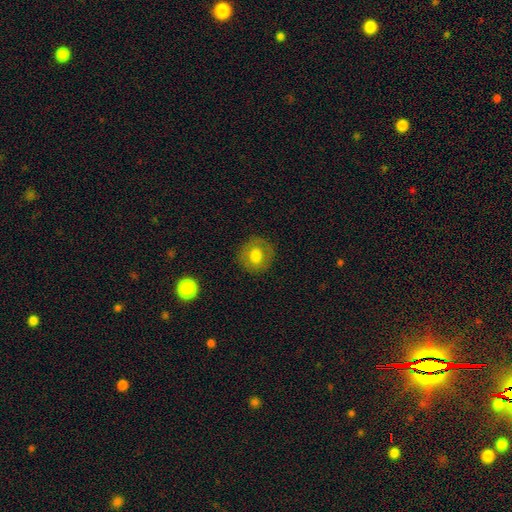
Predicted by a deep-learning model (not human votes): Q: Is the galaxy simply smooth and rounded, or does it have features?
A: smooth — 69%.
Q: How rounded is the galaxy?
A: round — 85%.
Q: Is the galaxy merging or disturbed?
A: none — 85%.